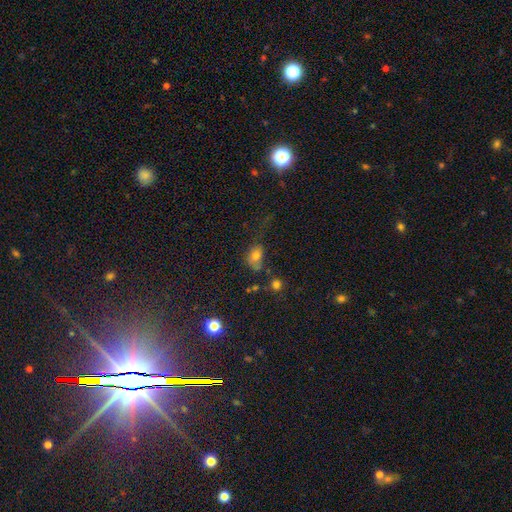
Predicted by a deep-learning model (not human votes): Morphology: type=smooth (73%); roundness=in between (59%); merging=none (39%).